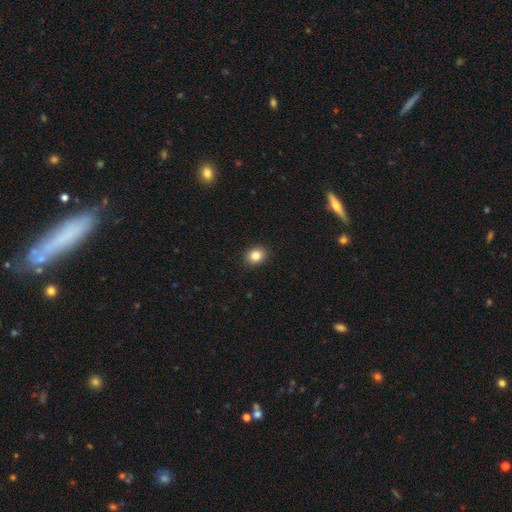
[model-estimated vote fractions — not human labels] Q: Smooth or featured?
A: smooth (84%); runner-up: star or artifact (10%)
Q: How rounded?
A: round (59%); runner-up: in between (40%)
Q: Merging?
A: none (91%); runner-up: minor disturbance (6%)